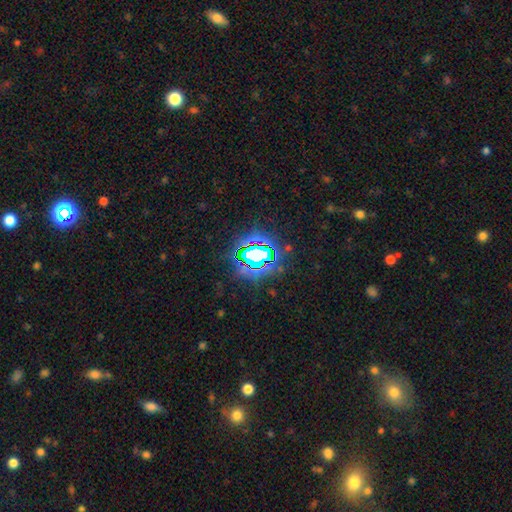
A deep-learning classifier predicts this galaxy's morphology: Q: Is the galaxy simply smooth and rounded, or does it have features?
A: star or artifact — 73%.